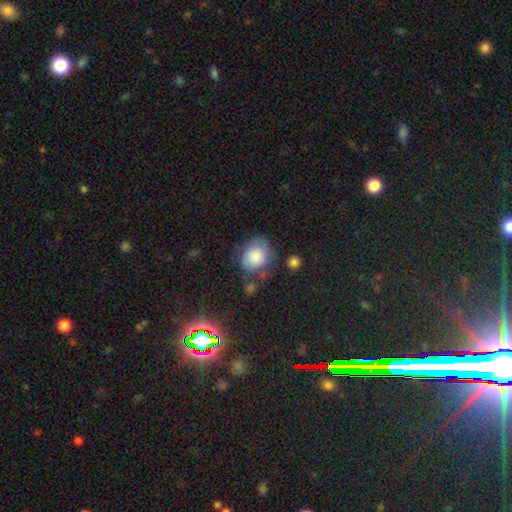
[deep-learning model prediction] The model was most divided on "how rounded": round: 59%, in between: 40%, cigar-shaped: 1%. More confident: smooth or featured — smooth (74%); merging — none (51%).